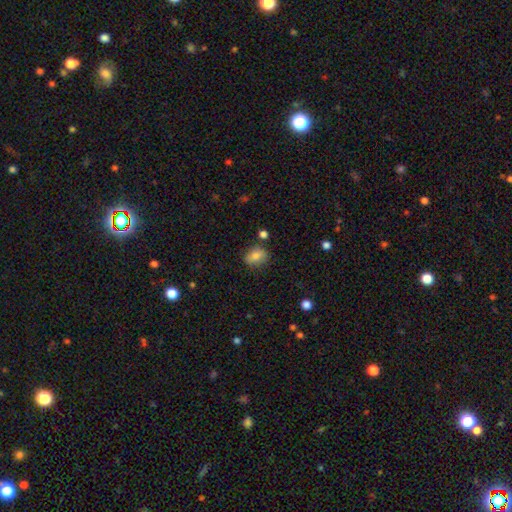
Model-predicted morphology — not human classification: type=smooth (80%); roundness=in between (69%); merging=none (79%).